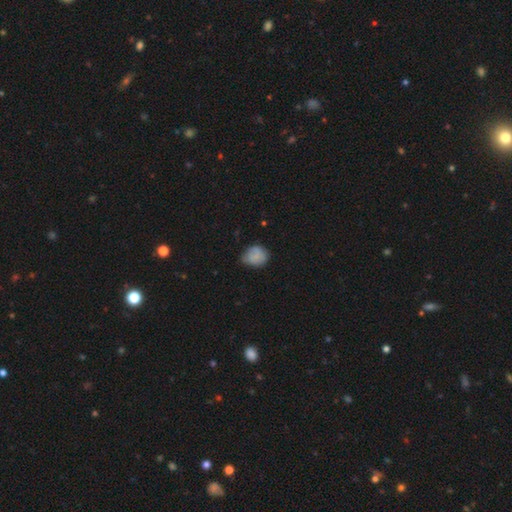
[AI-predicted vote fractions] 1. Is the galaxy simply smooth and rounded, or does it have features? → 78% smooth, 13% featured or disk, 9% star or artifact.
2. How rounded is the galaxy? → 57% round, 42% in between, 1% cigar-shaped.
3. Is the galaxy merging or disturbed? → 56% none, 35% minor disturbance, 7% major disturbance, 2% merger.